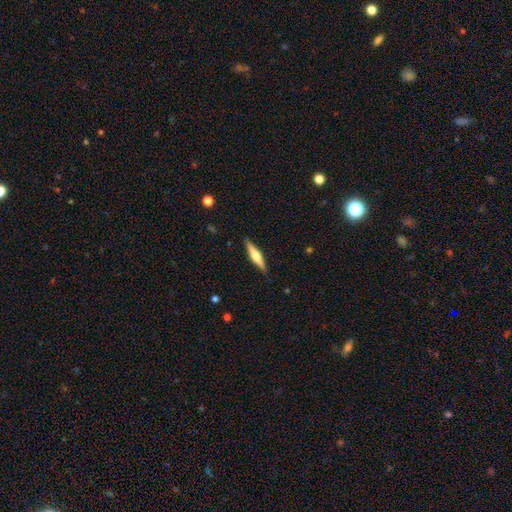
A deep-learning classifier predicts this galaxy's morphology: A featured or disk galaxy (55%) viewed edge-on (97%) with a rounded central bulge (84%).

Vote fractions:
- Smooth or featured? featured or disk: 55% / smooth: 39% / star or artifact: 5%
- Edge-on disk? yes: 97% / no: 3%
- Edge-on bulge? rounded: 84% / boxy: 10% / none: 7%
- Merging? none: 90% / minor disturbance: 8% / major disturbance: 2% / merger: 1%